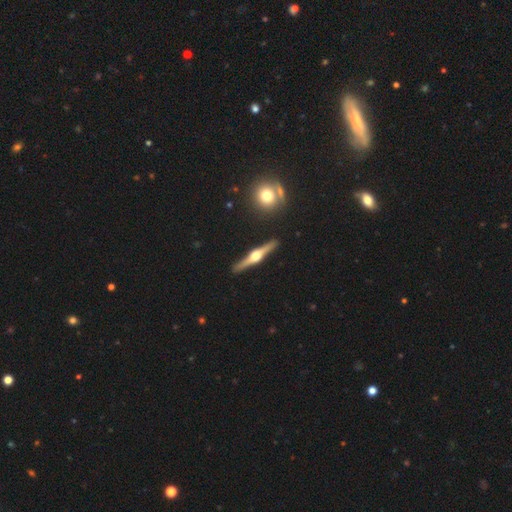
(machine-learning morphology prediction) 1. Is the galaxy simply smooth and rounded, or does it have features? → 82% featured or disk, 13% smooth, 5% star or artifact.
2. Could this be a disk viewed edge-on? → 98% yes, 2% no.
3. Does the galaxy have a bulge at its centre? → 96% rounded, 3% boxy, 2% none.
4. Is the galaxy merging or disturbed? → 92% none, 6% minor disturbance, 2% merger, 1% major disturbance.